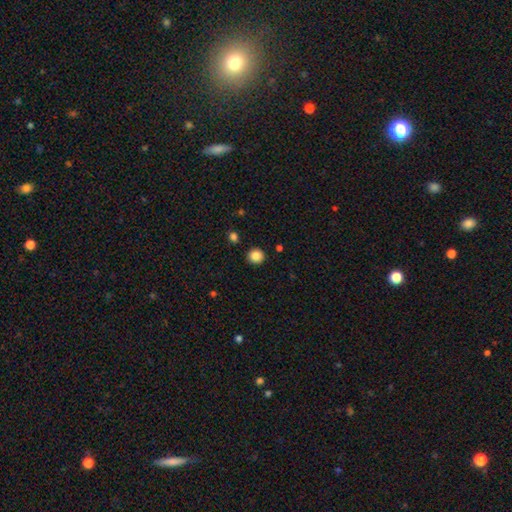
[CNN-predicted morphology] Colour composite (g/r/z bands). It shows a smooth galaxy with no disk features (86%) that is round (92%). Merging: none (91%).